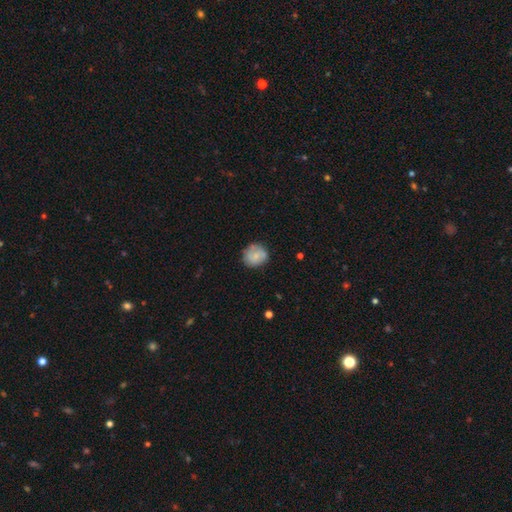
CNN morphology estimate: Q: Smooth or featured?
A: smooth (68%); runner-up: featured or disk (25%)
Q: How rounded?
A: round (83%); runner-up: in between (16%)
Q: Merging?
A: none (73%); runner-up: minor disturbance (19%)